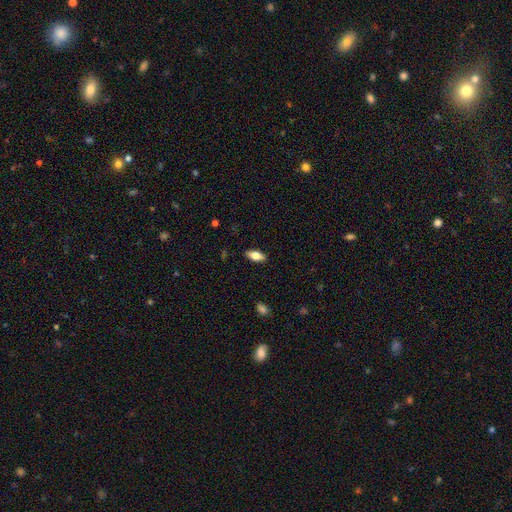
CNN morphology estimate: This appears to be a smooth galaxy with no disk features (73%) that is in between round and cigar-shaped (85%). Merging: none (89%).